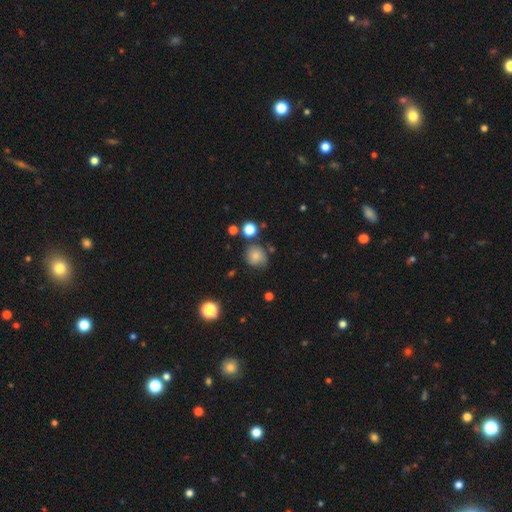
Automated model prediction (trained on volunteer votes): This is likely a smooth galaxy (72%). How rounded: clearly round (81%). Merging: likely none (65%).